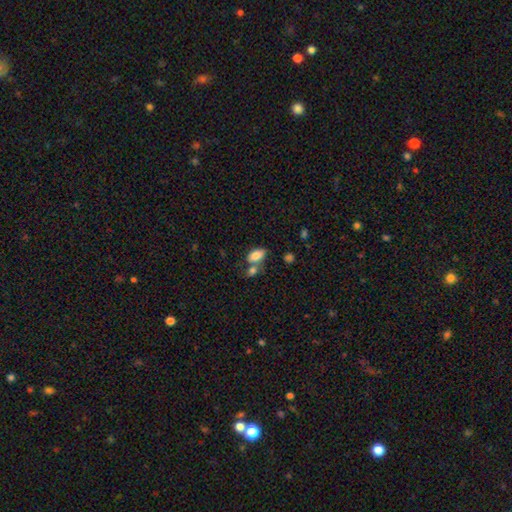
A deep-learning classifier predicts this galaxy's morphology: smooth 82%, featured or disk 10%, star or artifact 8%. Down the decision tree: how rounded — in between (91%); merging — none (48%).